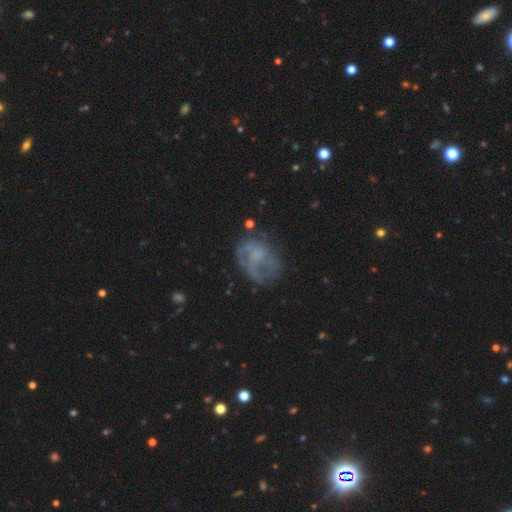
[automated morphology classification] smooth-or-featured: featured or disk: 60% | smooth: 28% | star or artifact: 12%
  disk-edge-on: no: 98% | yes: 2%
    bar: no: 78% | weak: 18% | strong: 3%
    has-spiral-arms: yes: 56% | no: 44%
    bulge-size: none: 60% | small: 21% | moderate: 14% | large: 4% | dominant: 1%
  merging: none: 46% | major disturbance: 28% | minor disturbance: 23% | merger: 4%